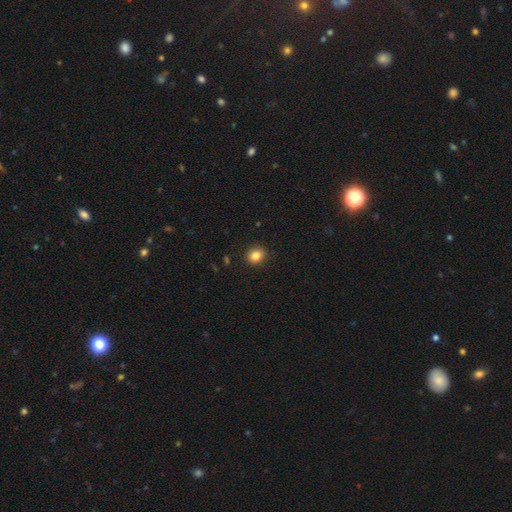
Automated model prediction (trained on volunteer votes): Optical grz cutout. It shows a smooth galaxy with no disk features (85%) that is round (68%). Merging: none (90%).